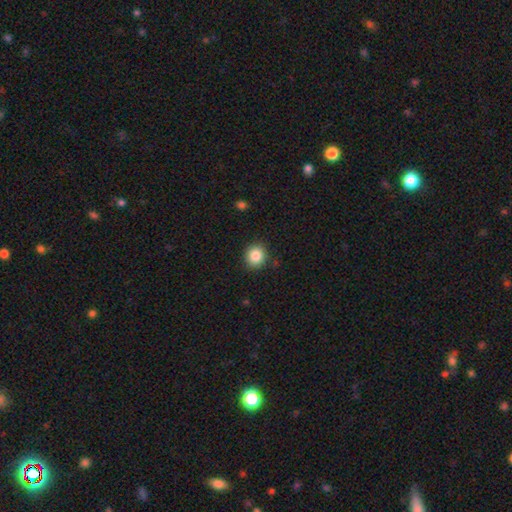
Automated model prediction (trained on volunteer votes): This is clearly a smooth galaxy (85%). How rounded: clearly round (83%). Merging: clearly none (88%).